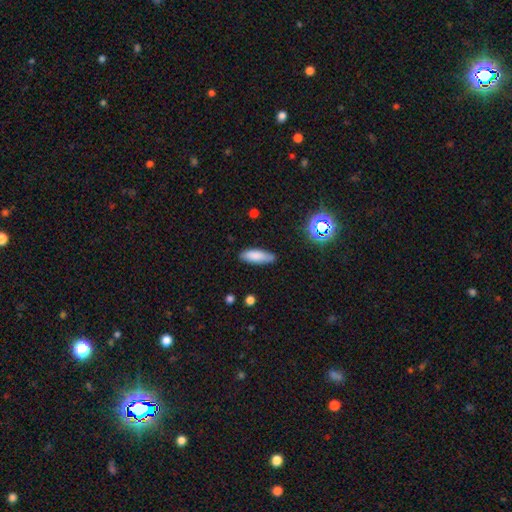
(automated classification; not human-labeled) smooth_or_featured: smooth (p=0.83) [alt: star or artifact p=0.09]
how_rounded: in between (p=0.61) [alt: cigar-shaped p=0.37]
merging: none (p=0.77) [alt: minor disturbance p=0.17]